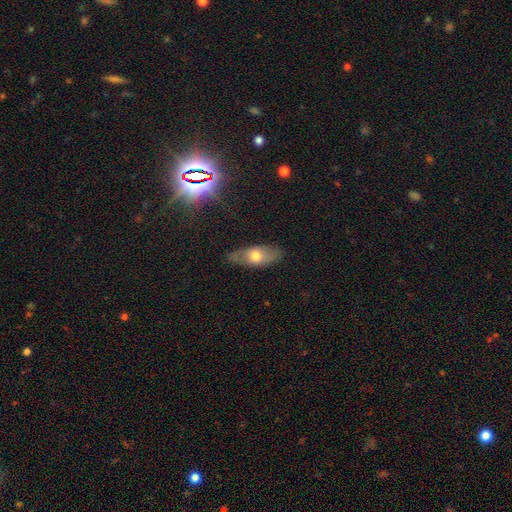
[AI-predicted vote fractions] Smooth or featured: smooth — 58% (featured or disk — 34%)
How rounded: in between — 79% (cigar-shaped — 16%)
Merging: none — 78% (minor disturbance — 17%)